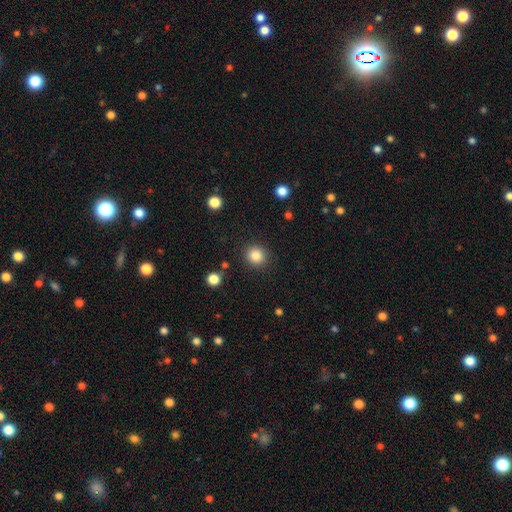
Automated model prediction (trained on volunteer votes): Q: Smooth or featured?
A: smooth (85%); runner-up: star or artifact (11%)
Q: How rounded?
A: round (90%); runner-up: in between (9%)
Q: Merging?
A: none (90%); runner-up: minor disturbance (6%)